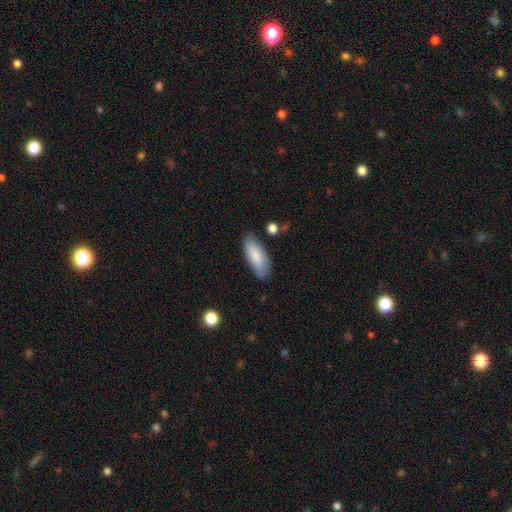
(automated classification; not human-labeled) This appears to be a smooth galaxy with no disk features (83%) that is in between round and cigar-shaped (78%). Merging: none (78%).